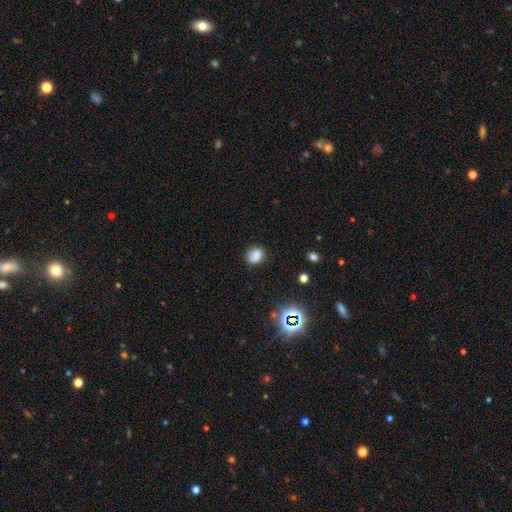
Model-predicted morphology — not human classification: A smooth galaxy with no disk features (79%) that is round (60%). Merging: none (73%).